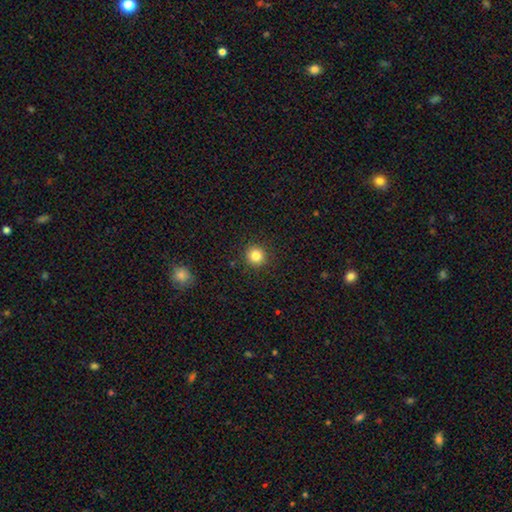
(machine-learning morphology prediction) type=smooth (83%); roundness=round (94%); merging=none (92%).